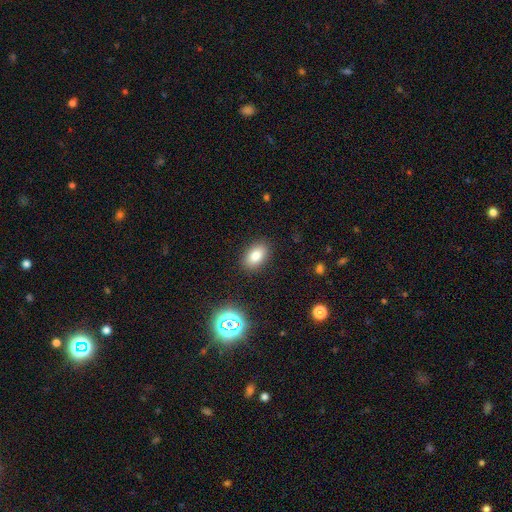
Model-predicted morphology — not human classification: Smooth or featured? smooth (81%)
How rounded? in between (87%)
Merging? none (87%)